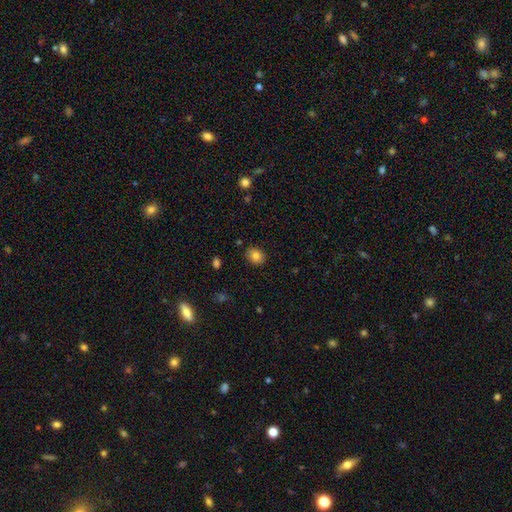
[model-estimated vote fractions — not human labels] Smooth or featured?
  - smooth: 83% *
  - star or artifact: 10%
  - featured or disk: 8%
How rounded?
  - in between: 51% *
  - round: 48%
  - cigar-shaped: 1%
Merging?
  - none: 86% *
  - minor disturbance: 11%
  - major disturbance: 2%
  - merger: 2%